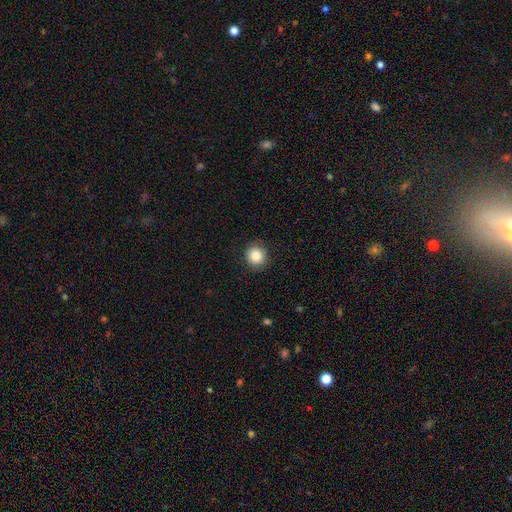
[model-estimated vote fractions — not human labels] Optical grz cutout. It shows a smooth galaxy with no disk features (85%) that is round (89%). Merging: none (90%).